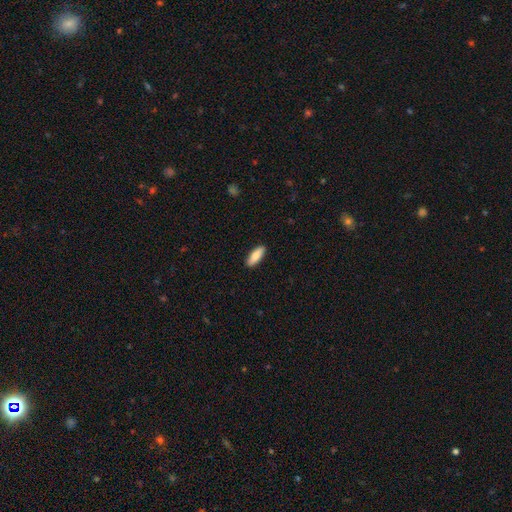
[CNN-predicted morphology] smooth-or-featured: smooth: 84% | featured or disk: 11% | star or artifact: 5%
  how-rounded: in between: 63% | cigar-shaped: 35% | round: 2%
  merging: none: 90% | minor disturbance: 7% | major disturbance: 1% | merger: 1%